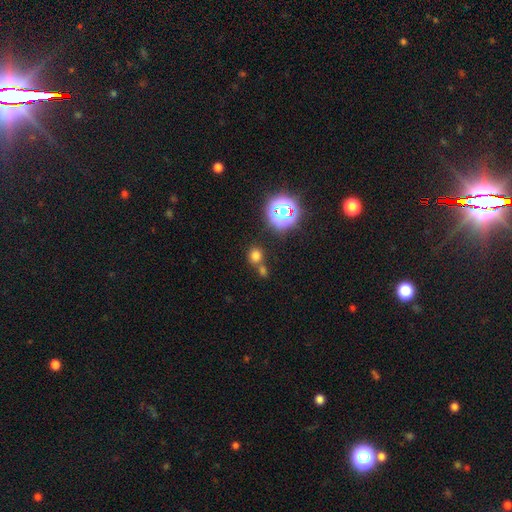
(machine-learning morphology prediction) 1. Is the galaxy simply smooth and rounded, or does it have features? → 69% smooth, 24% star or artifact, 7% featured or disk.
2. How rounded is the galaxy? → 82% round, 17% in between, 1% cigar-shaped.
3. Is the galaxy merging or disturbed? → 61% none, 27% merger, 9% minor disturbance, 4% major disturbance.